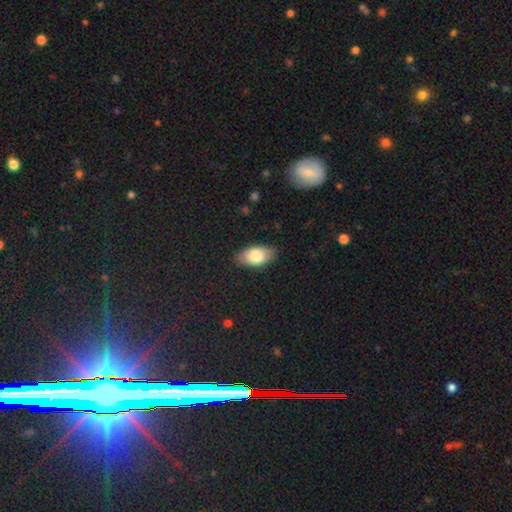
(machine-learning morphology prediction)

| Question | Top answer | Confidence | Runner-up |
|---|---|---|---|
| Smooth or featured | smooth | 80% | featured or disk (14%) |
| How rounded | in between | 93% | round (4%) |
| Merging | none | 85% | minor disturbance (12%) |